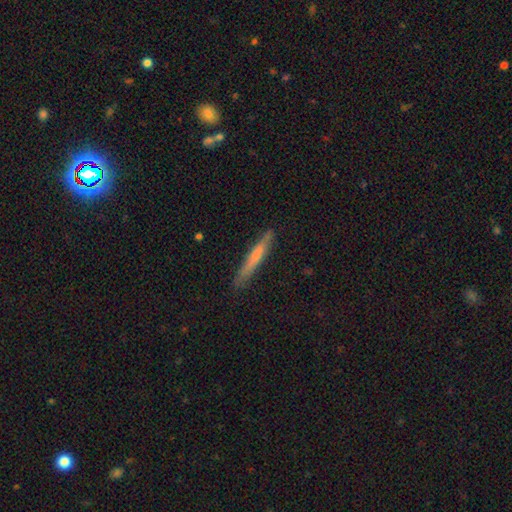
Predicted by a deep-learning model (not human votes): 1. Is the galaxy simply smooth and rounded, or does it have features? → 64% smooth, 30% featured or disk, 6% star or artifact.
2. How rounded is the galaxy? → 95% cigar-shaped, 4% in between, 1% round.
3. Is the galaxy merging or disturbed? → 85% none, 12% minor disturbance, 2% major disturbance, 1% merger.